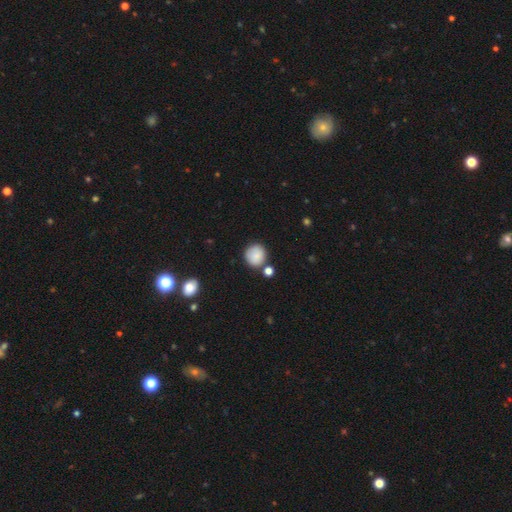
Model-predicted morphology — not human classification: Smooth or featured? smooth (86%)
How rounded? round (90%)
Merging? none (77%)